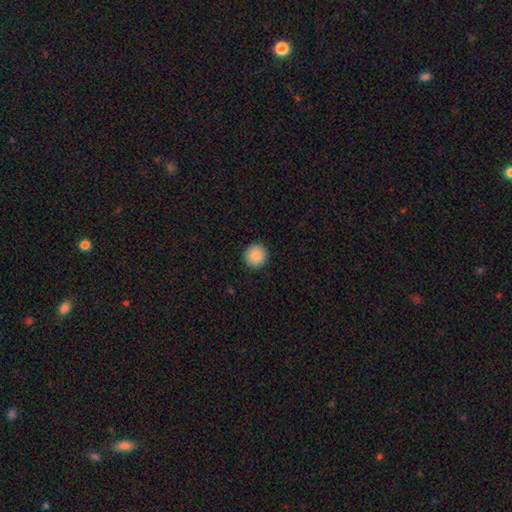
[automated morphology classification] Smooth or featured?
  - smooth: 89% *
  - star or artifact: 8%
  - featured or disk: 3%
How rounded?
  - round: 95% *
  - in between: 4%
  - cigar-shaped: 1%
Merging?
  - none: 93% *
  - minor disturbance: 5%
  - major disturbance: 2%
  - merger: 1%